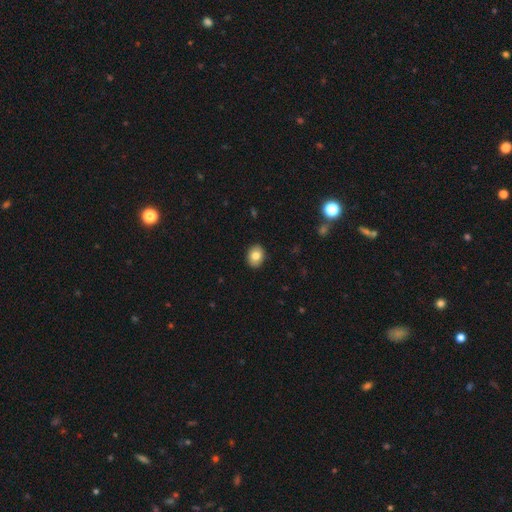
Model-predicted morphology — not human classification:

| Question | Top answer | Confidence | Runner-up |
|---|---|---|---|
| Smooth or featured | smooth | 80% | featured or disk (12%) |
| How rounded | in between | 59% | round (40%) |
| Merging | none | 91% | minor disturbance (7%) |